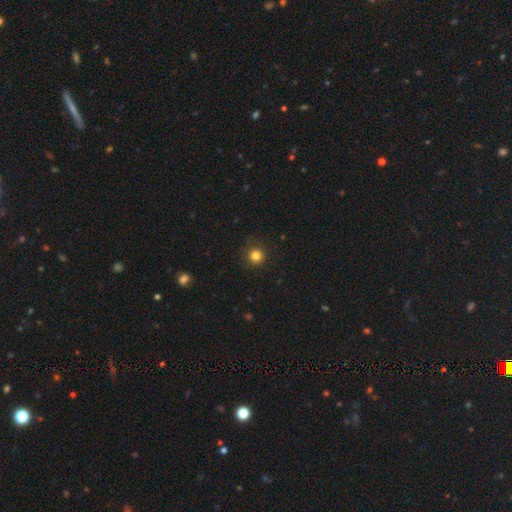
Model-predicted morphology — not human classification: The model was most divided on "smooth or featured": smooth: 83%, star or artifact: 12%, featured or disk: 5%. More confident: how rounded — round (94%); merging — none (86%).